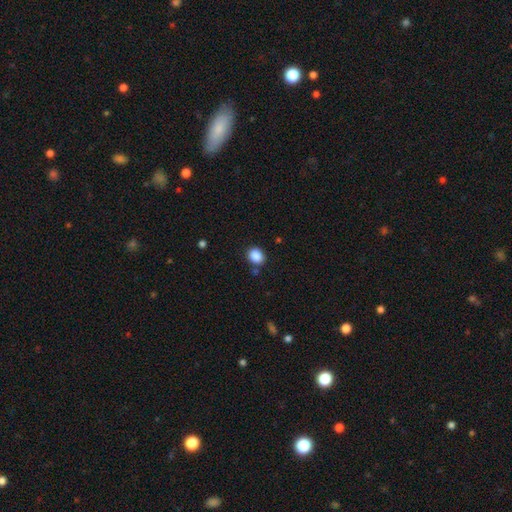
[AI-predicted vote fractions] This is clearly a smooth galaxy (87%). How rounded: likely round (67%). Merging: clearly none (83%).